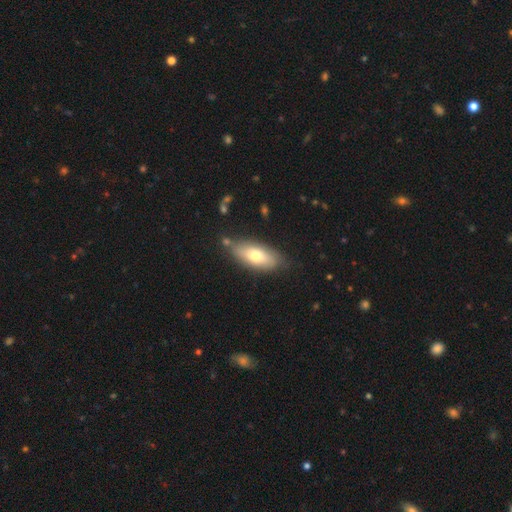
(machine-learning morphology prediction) Smooth or featured? smooth (66%)
How rounded? in between (77%)
Merging? none (74%)